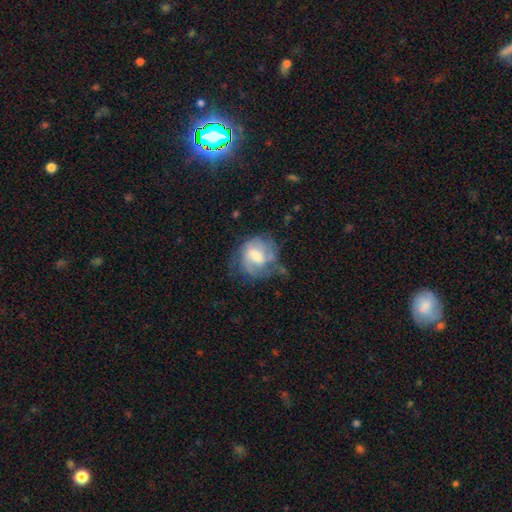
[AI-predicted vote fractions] Morphology: type=featured or disk (60%); edge-on=no (97%); bar=weak (51%); spiral arms=yes (74%); bulge=moderate (54%); merging=none (45%).